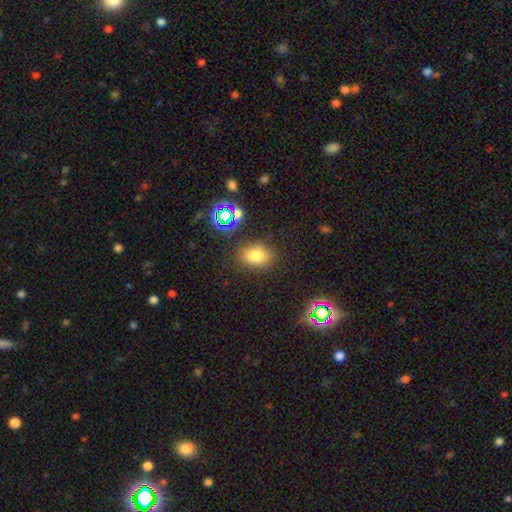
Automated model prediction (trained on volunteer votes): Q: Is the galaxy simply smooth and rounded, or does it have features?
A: smooth — 74%.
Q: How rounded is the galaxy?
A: in between — 73%.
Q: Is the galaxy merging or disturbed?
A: none — 79%.